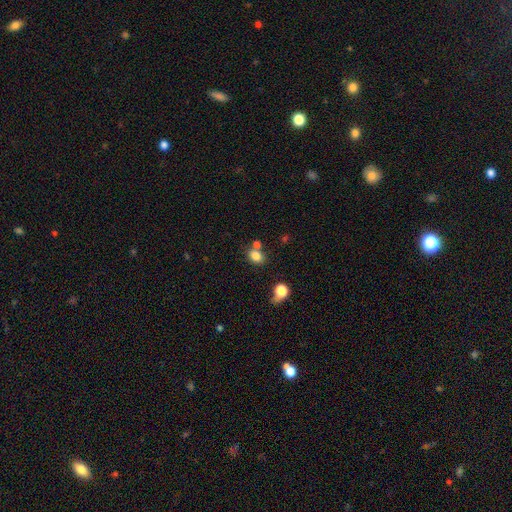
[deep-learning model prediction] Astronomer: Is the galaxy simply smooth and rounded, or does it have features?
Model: smooth — 80%.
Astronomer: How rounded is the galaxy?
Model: in between — 52% (runner-up: round, 47%).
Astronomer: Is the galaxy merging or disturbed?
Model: none — 62%.